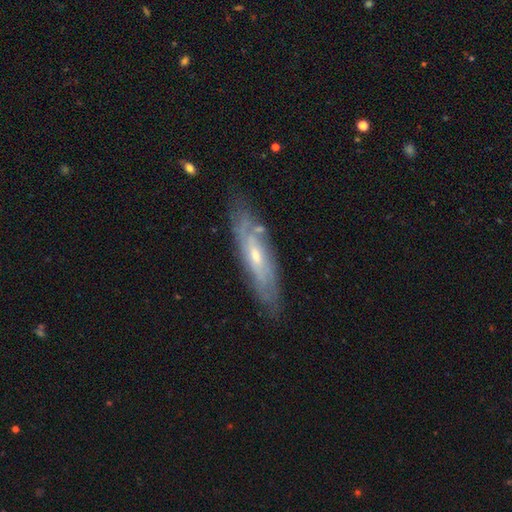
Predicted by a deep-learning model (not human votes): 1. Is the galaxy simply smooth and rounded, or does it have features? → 69% featured or disk, 24% smooth, 7% star or artifact.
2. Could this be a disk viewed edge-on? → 59% no, 41% yes.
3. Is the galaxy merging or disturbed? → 77% none, 17% minor disturbance, 4% major disturbance, 3% merger.